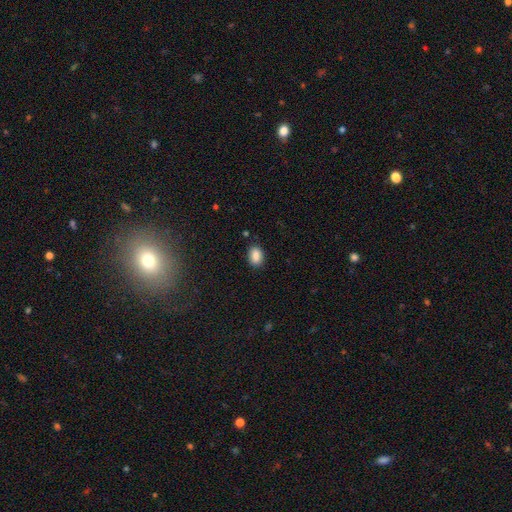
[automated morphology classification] A smooth galaxy with no disk features (87%) that is in between round and cigar-shaped (84%). Merging: none (84%).